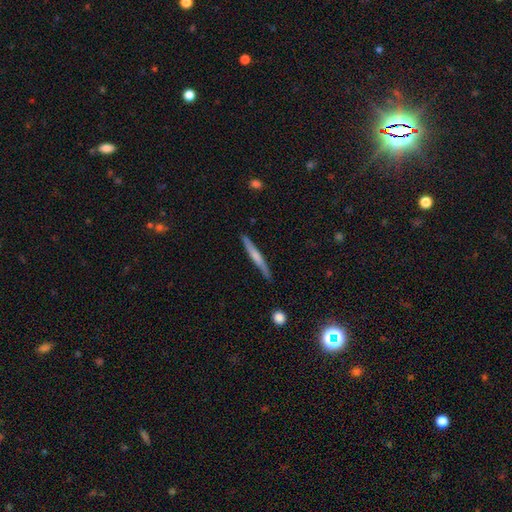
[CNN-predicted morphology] A smooth galaxy with no disk features (48%).

Vote fractions:
- Smooth or featured? smooth: 48% / featured or disk: 46% / star or artifact: 6%
- Merging? none: 86% / minor disturbance: 10% / major disturbance: 2% / merger: 2%